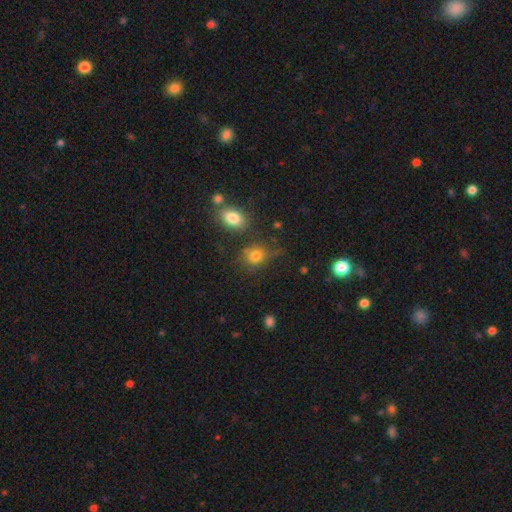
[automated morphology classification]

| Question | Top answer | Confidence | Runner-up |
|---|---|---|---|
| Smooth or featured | smooth | 78% | star or artifact (13%) |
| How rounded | round | 61% | in between (37%) |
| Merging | none | 60% | minor disturbance (21%) |